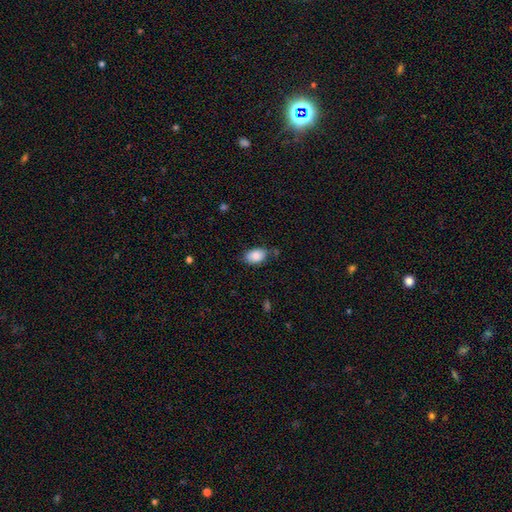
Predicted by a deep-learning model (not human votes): Overall: smooth (87%). How rounded: in between (89%). Merging: none (71%).